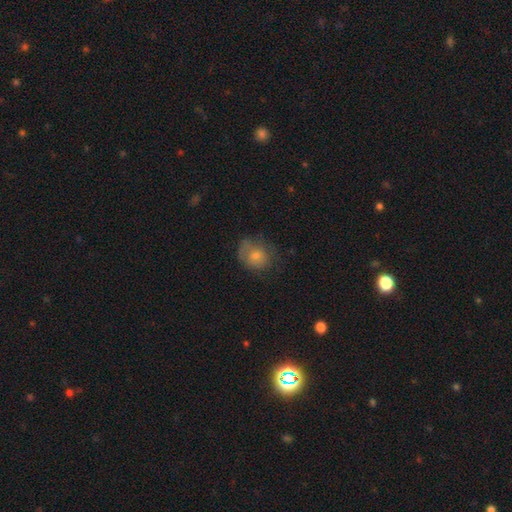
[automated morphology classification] A smooth galaxy with no disk features (64%) that is round (66%).

Vote fractions:
- Smooth or featured? smooth: 64% / featured or disk: 23% / star or artifact: 13%
- How rounded? round: 66% / in between: 33% / cigar-shaped: 1%
- Merging? none: 60% / minor disturbance: 26% / major disturbance: 13% / merger: 2%